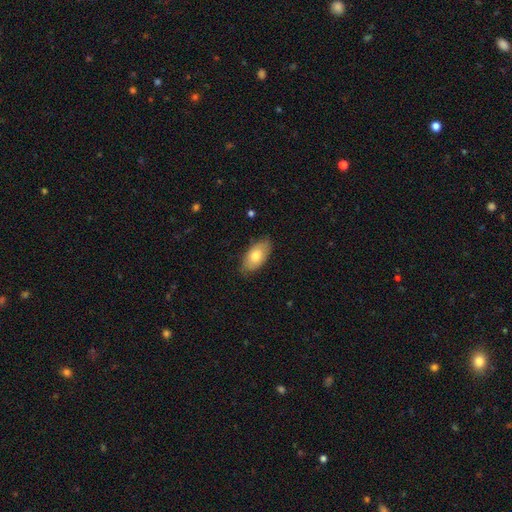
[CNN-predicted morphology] This appears to be a smooth galaxy with no disk features (75%) that is in between round and cigar-shaped (93%). Merging: none (82%).